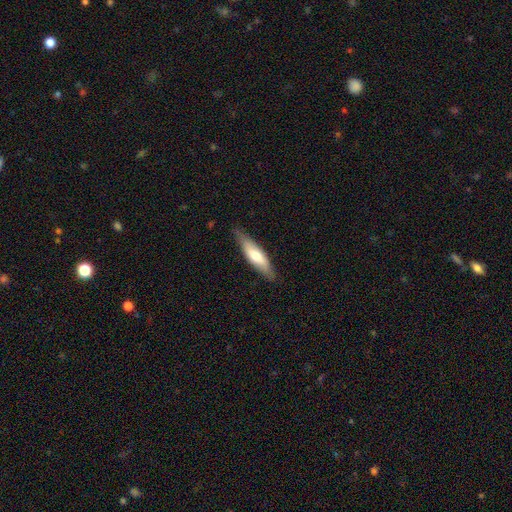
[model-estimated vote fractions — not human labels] A smooth galaxy with no disk features (58%) that is cigar-shaped (65%).

Vote fractions:
- Smooth or featured? smooth: 58% / featured or disk: 37% / star or artifact: 5%
- How rounded? cigar-shaped: 65% / in between: 34% / round: 2%
- Merging? none: 80% / minor disturbance: 16% / major disturbance: 3% / merger: 1%